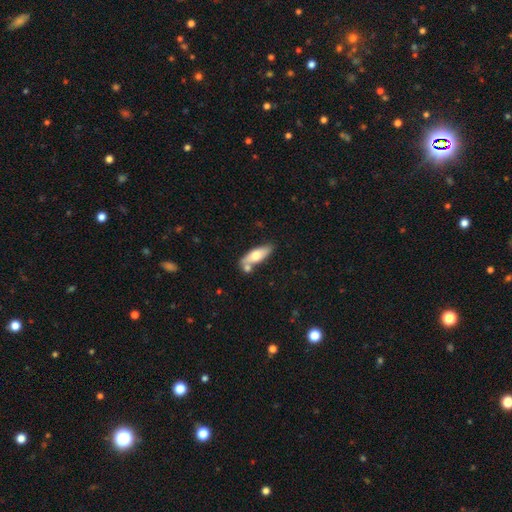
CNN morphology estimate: A smooth galaxy with no disk features (60%) that is in between round and cigar-shaped (60%). Merging: none (62%).